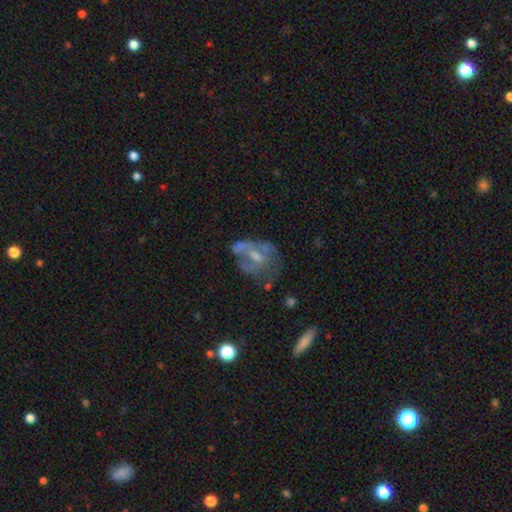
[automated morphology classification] This is likely a featured or disk galaxy (61%). It is clearly not viewed edge-on (96%). Bar: likely no (68%). Spiral arm pattern: likely no (73%). Central bulge: marginally moderate (39%, tied with small). Merging: marginally none (38%).